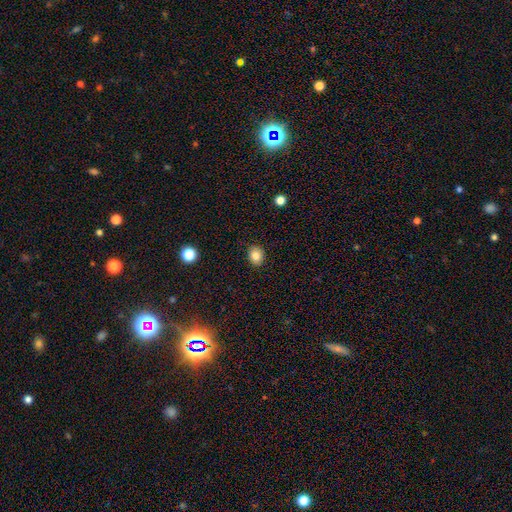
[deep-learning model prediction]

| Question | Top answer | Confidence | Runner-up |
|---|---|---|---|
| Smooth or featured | smooth | 82% | star or artifact (10%) |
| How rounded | round | 63% | in between (36%) |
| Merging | none | 90% | minor disturbance (7%) |